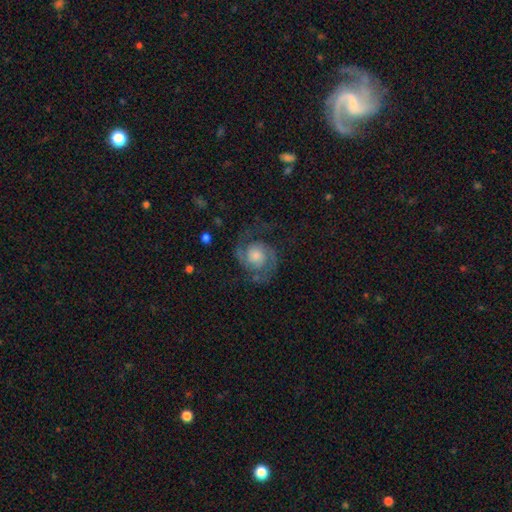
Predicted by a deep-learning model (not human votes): Smooth or featured?
  - featured or disk: 86% *
  - smooth: 7%
  - star or artifact: 6%
Edge-on disk?
  - no: 98% *
  - yes: 2%
Bar?
  - no: 71% *
  - weak: 25%
  - strong: 5%
Spiral arms?
  - yes: 97% *
  - no: 3%
Spiral winding?
  - medium: 50% *
  - tight: 36%
  - loose: 14%
Spiral arm count?
  - 2: 92% *
  - can't tell: 3%
  - 3: 2%
  - 1: 2%
  - 4: 1%
  - more than 4: 1%
Bulge size?
  - moderate: 46% *
  - small: 22%
  - large: 21%
  - none: 7%
  - dominant: 3%
Merging?
  - none: 75% *
  - minor disturbance: 14%
  - major disturbance: 10%
  - merger: 1%